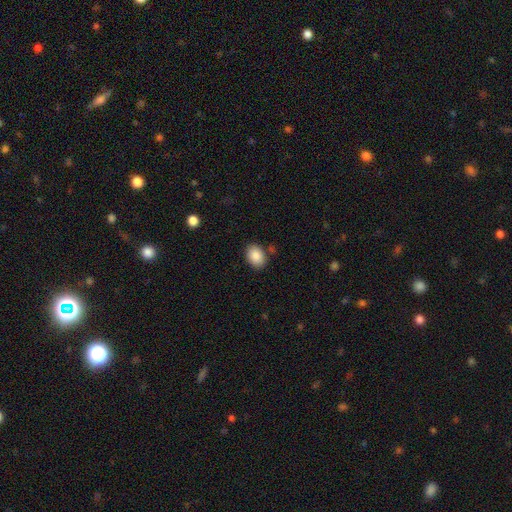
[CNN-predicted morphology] smooth-or-featured: smooth: 88% | star or artifact: 7% | featured or disk: 5%
  how-rounded: in between: 71% | round: 28% | cigar-shaped: 1%
  merging: none: 83% | minor disturbance: 11% | merger: 4% | major disturbance: 3%